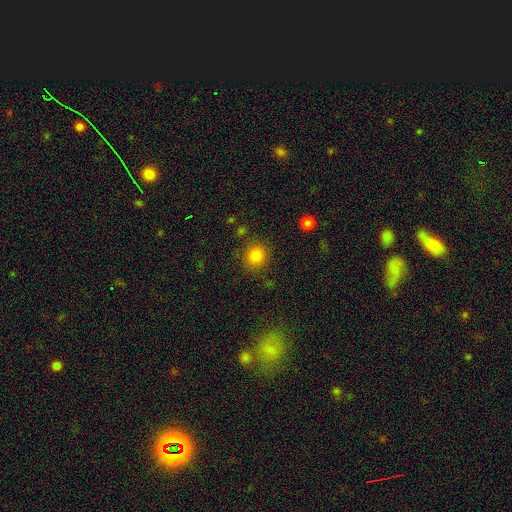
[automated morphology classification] Smooth or featured: smooth — 82% (star or artifact — 12%)
How rounded: round — 89% (in between — 10%)
Merging: none — 85% (minor disturbance — 9%)